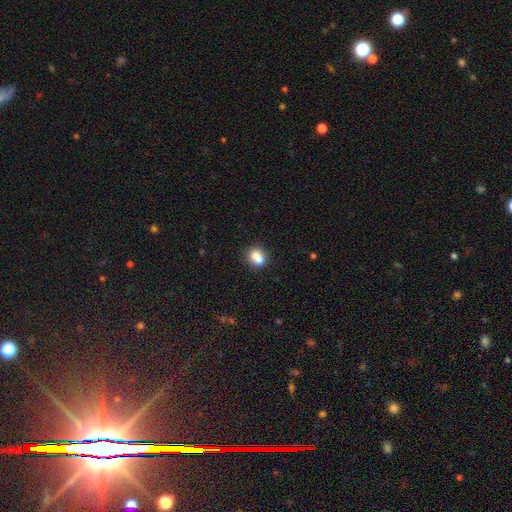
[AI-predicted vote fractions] Smooth or featured? Predicted: smooth (p=0.76). How rounded? Predicted: round (p=0.55). Merging? Predicted: none (p=0.50).